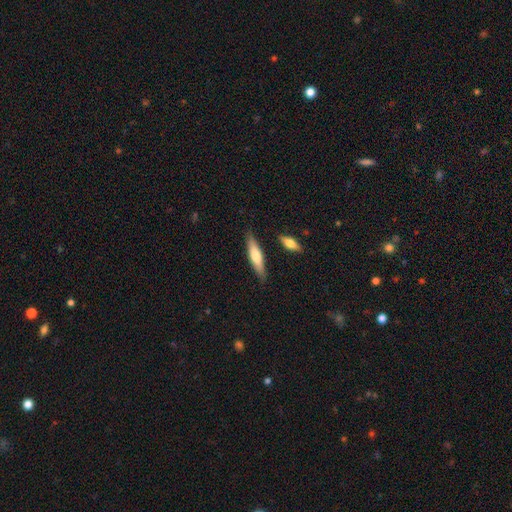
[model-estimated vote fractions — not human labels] smooth_or_featured: smooth (p=0.58) [alt: featured or disk p=0.36]
how_rounded: cigar-shaped (p=0.74) [alt: in between p=0.24]
merging: none (p=0.83) [alt: minor disturbance p=0.11]